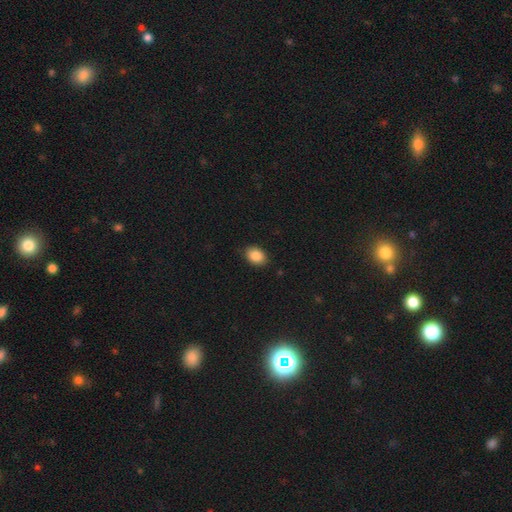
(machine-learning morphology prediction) type=smooth (88%); roundness=in between (76%); merging=none (86%).